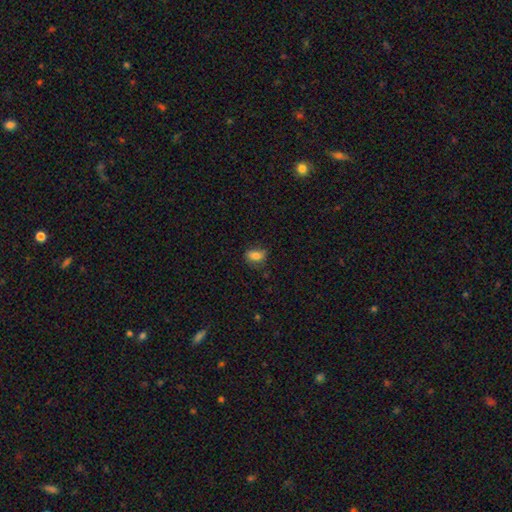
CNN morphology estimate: The model was most divided on "merging": none: 70%, minor disturbance: 22%, major disturbance: 6%, merger: 2%. More confident: how rounded — in between (81%); smooth or featured — smooth (80%).